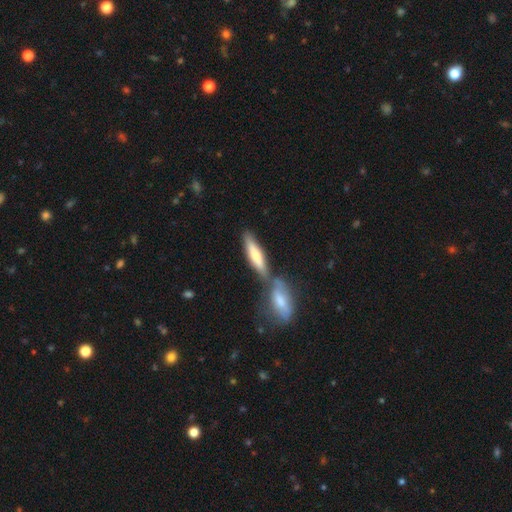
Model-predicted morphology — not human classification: Smooth or featured? Predicted: smooth (p=0.63). How rounded? Predicted: cigar-shaped (p=0.71). Merging? Predicted: none (p=0.48).